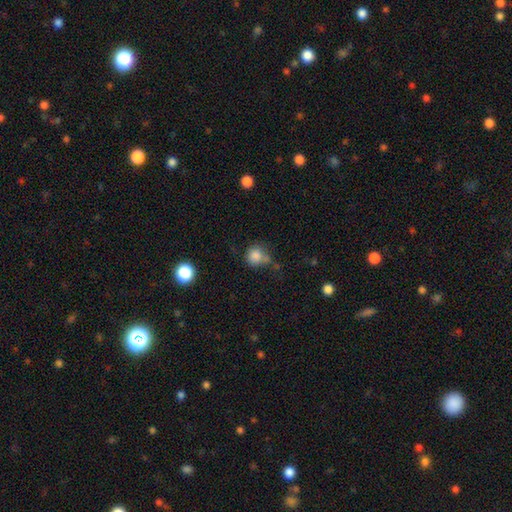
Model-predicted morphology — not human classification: The model was most divided on "merging": none: 55%, minor disturbance: 20%, merger: 17%, major disturbance: 8%. More confident: how rounded — round (88%); smooth or featured — smooth (83%).